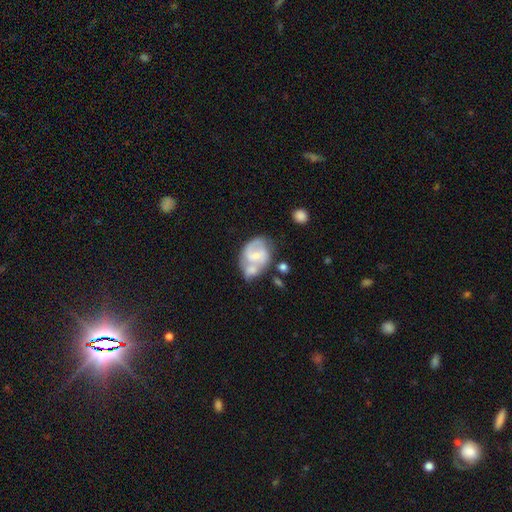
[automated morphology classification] smooth_or_featured: featured or disk (p=0.62) [alt: smooth p=0.31]
disk_edge_on: no (p=0.97) [alt: yes p=0.03]
bar: no (p=0.44) [alt: weak p=0.42]
has_spiral_arms: yes (p=0.69) [alt: no p=0.31]
bulge_size: small (p=0.52) [alt: moderate p=0.34]
merging: merger (p=0.41) [alt: none p=0.27]